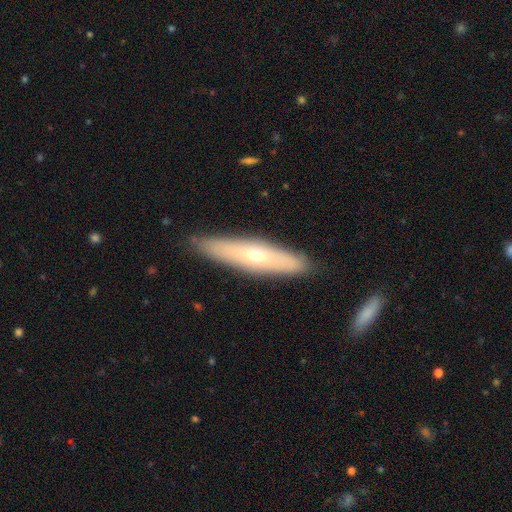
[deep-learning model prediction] Smooth or featured?
  - featured or disk: 48% *
  - smooth: 46%
  - star or artifact: 6%
Merging?
  - none: 86% *
  - minor disturbance: 11%
  - major disturbance: 2%
  - merger: 2%